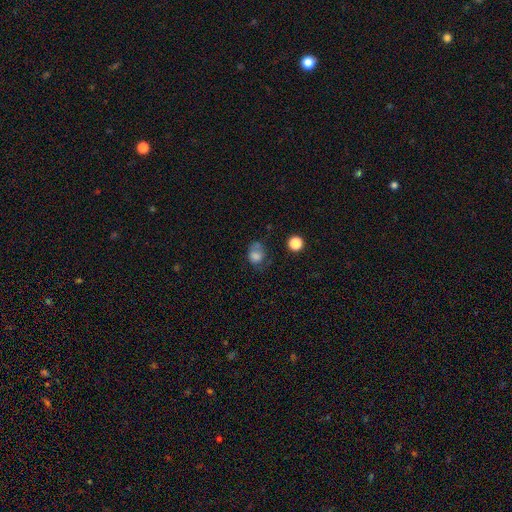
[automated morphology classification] Smooth or featured? Predicted: smooth (p=0.74). How rounded? Predicted: round (p=0.51). Merging? Predicted: none (p=0.39).